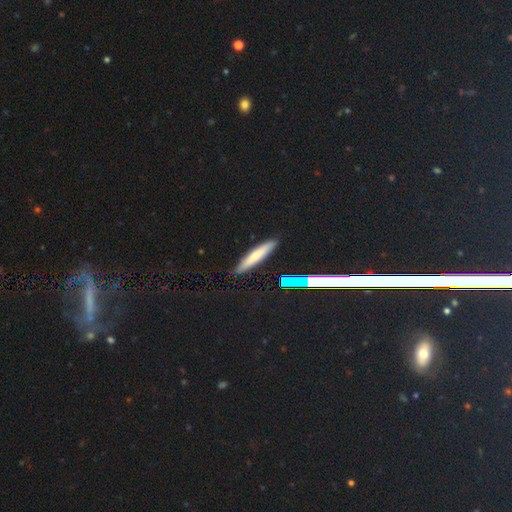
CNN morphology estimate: Q: Smooth or featured?
A: smooth (65%); runner-up: featured or disk (23%)
Q: How rounded?
A: cigar-shaped (88%); runner-up: in between (10%)
Q: Merging?
A: none (89%); runner-up: minor disturbance (8%)